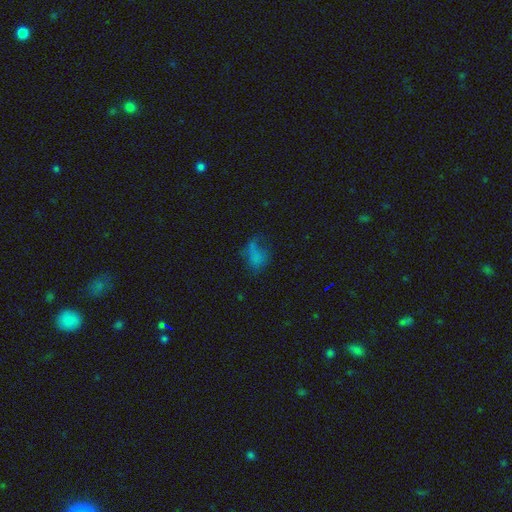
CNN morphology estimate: This appears to be a smooth galaxy with no disk features (58%) that is in between round and cigar-shaped (76%). Merging: none (37%).